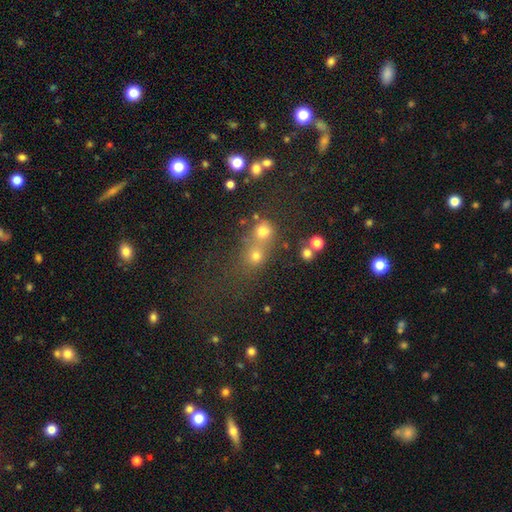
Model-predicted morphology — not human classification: smooth-or-featured: smooth: 69% | star or artifact: 21% | featured or disk: 10%
  how-rounded: round: 79% | in between: 20% | cigar-shaped: 2%
  merging: merger: 46% | none: 42% | minor disturbance: 8% | major disturbance: 5%